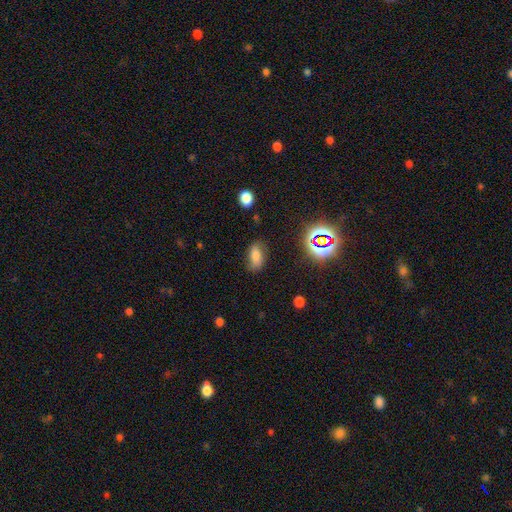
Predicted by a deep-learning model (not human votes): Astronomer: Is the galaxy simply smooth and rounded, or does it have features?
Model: smooth — 69%.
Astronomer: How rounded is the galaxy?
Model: in between — 89%.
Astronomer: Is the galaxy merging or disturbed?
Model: none — 74%.